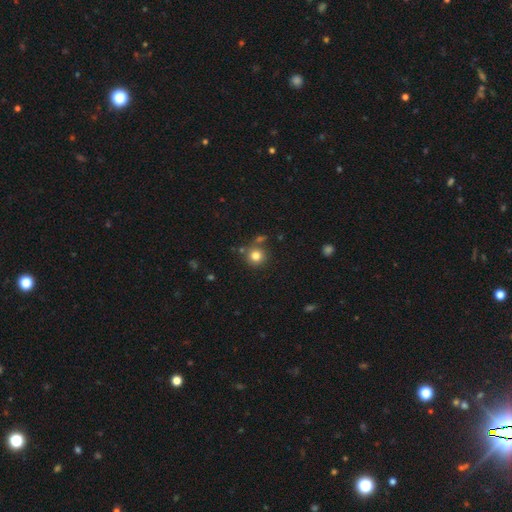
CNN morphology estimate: Overall: smooth (80%). How rounded: round (93%). Merging: none (77%).